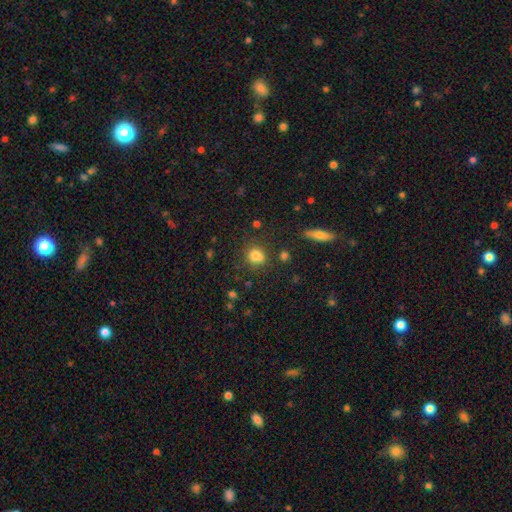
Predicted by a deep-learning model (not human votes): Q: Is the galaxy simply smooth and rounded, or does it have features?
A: smooth — 78%.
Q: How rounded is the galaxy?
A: round — 70%.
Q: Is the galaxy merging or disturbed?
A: none — 67%.